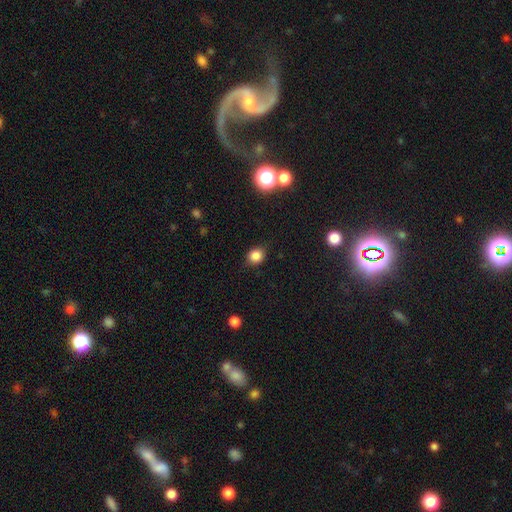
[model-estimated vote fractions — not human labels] A smooth galaxy with no disk features (83%) that is round (73%). Merging: none (83%).